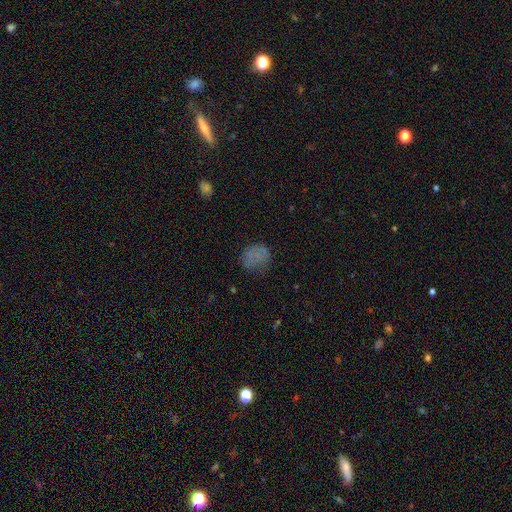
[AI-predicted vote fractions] This appears to be a smooth galaxy with no disk features (68%) that is round (68%). Merging: none (59%).